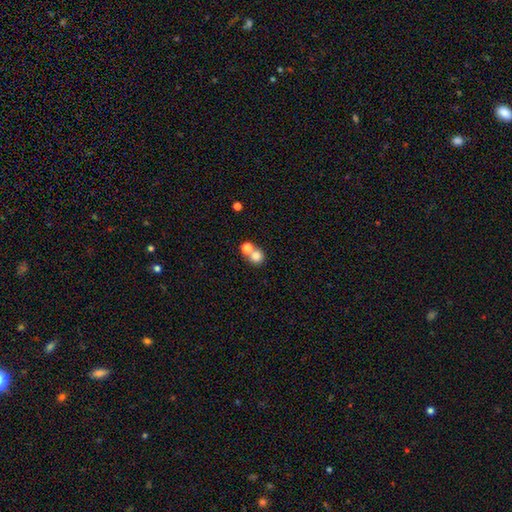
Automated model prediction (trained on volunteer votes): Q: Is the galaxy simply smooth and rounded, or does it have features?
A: smooth — 78%.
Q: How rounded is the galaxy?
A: round — 86%.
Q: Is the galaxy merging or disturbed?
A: none — 48%.